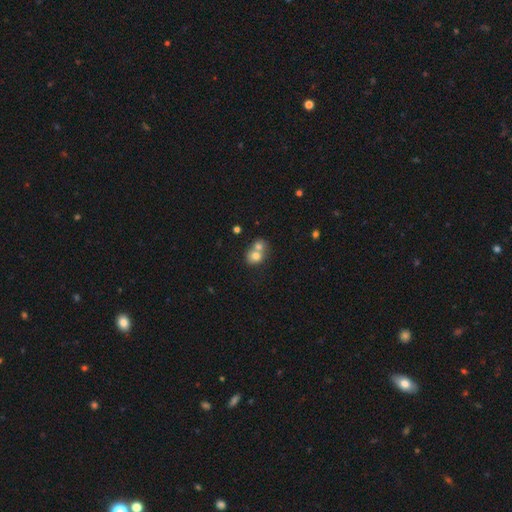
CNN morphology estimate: The model was most divided on "how rounded": round: 66%, in between: 33%, cigar-shaped: 1%. More confident: smooth or featured — smooth (73%); merging — merger (64%).